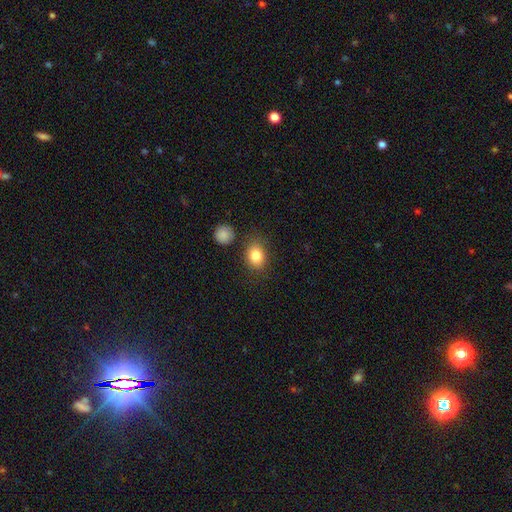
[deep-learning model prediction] Smooth or featured? Predicted: smooth (p=0.83). How rounded? Predicted: in between (p=0.53). Merging? Predicted: none (p=0.76).